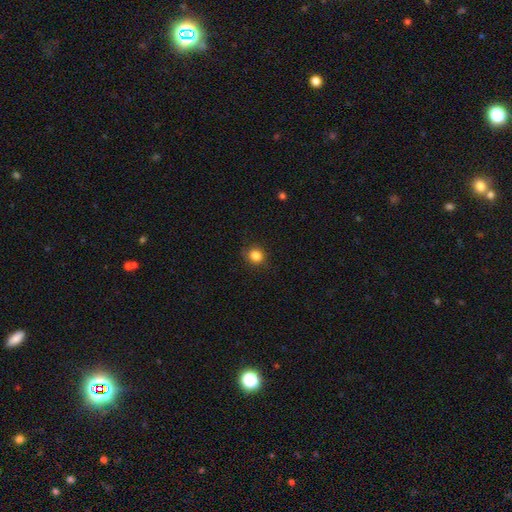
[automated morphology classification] smooth-or-featured: smooth: 85% | star or artifact: 11% | featured or disk: 4%
  how-rounded: round: 85% | in between: 14% | cigar-shaped: 1%
  merging: none: 84% | minor disturbance: 12% | major disturbance: 3% | merger: 1%